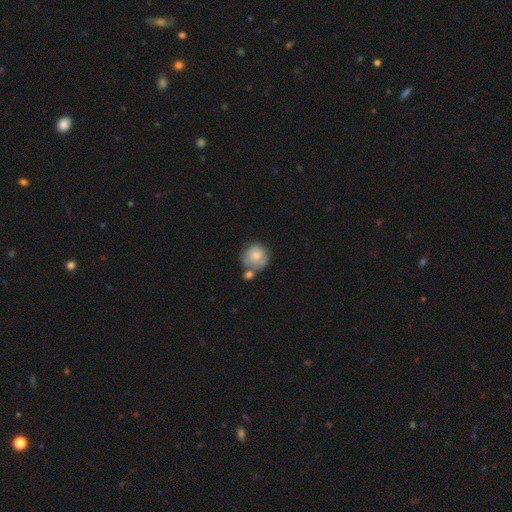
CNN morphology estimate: Smooth or featured? smooth (63%)
How rounded? round (86%)
Merging? none (44%)